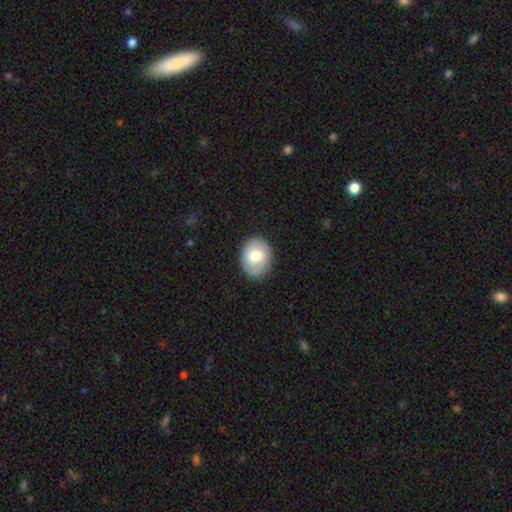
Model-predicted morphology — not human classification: This appears to be a smooth galaxy with no disk features (75%) that is in between round and cigar-shaped (66%). Merging: none (84%).